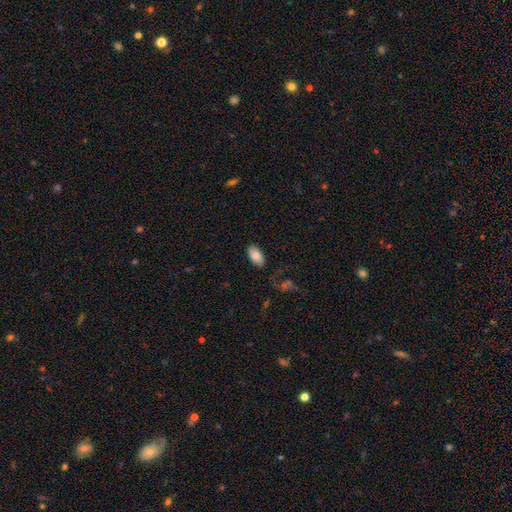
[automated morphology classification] smooth_or_featured: smooth (p=0.84) [alt: featured or disk p=0.09]
how_rounded: in between (p=0.94) [alt: round p=0.03]
merging: none (p=0.82) [alt: minor disturbance p=0.12]